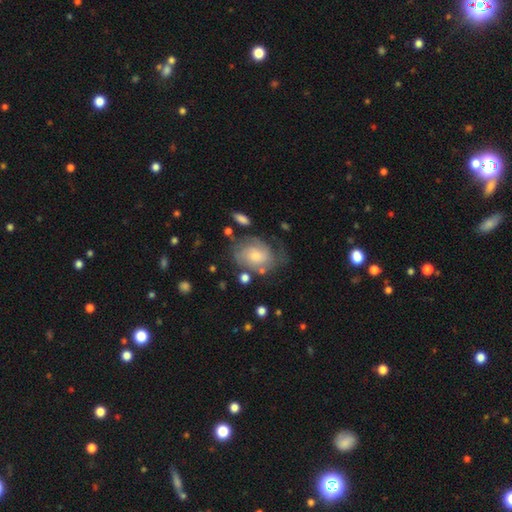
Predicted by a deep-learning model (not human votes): smooth_or_featured: featured or disk (p=0.54) [alt: smooth p=0.38]
disk_edge_on: no (p=0.96) [alt: yes p=0.04]
bar: no (p=0.73) [alt: weak p=0.24]
has_spiral_arms: yes (p=0.80) [alt: no p=0.20]
bulge_size: small (p=0.43) [alt: moderate p=0.38]
merging: none (p=0.50) [alt: minor disturbance p=0.25]